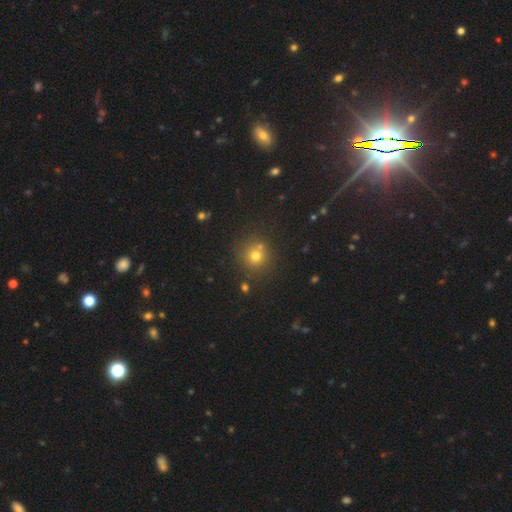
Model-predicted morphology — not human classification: Q: Smooth or featured?
A: smooth (69%); runner-up: star or artifact (22%)
Q: How rounded?
A: round (91%); runner-up: in between (8%)
Q: Merging?
A: none (73%); runner-up: merger (15%)